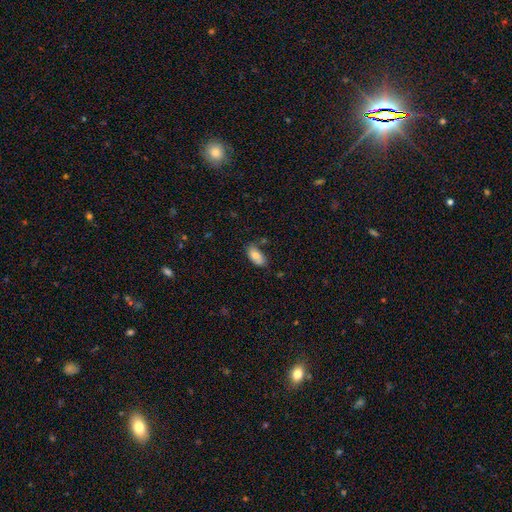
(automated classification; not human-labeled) Overall: smooth (77%). How rounded: in between (93%). Merging: none (72%).